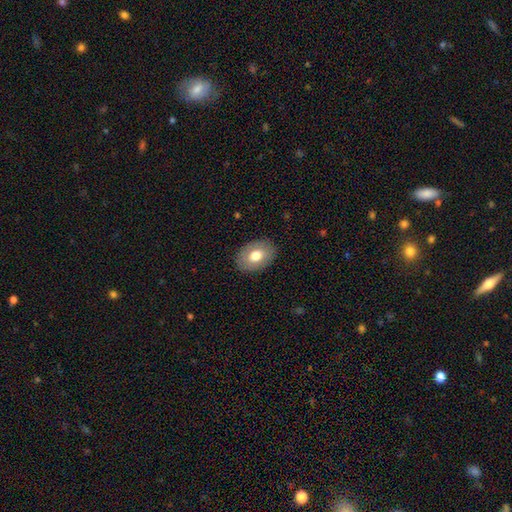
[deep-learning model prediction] A smooth galaxy with no disk features (73%) that is in between round and cigar-shaped (80%). Merging: none (87%).